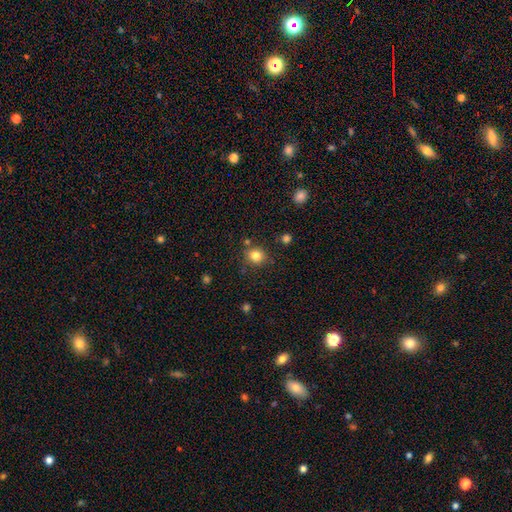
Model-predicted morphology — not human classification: type=smooth (82%); roundness=round (84%); merging=none (81%).